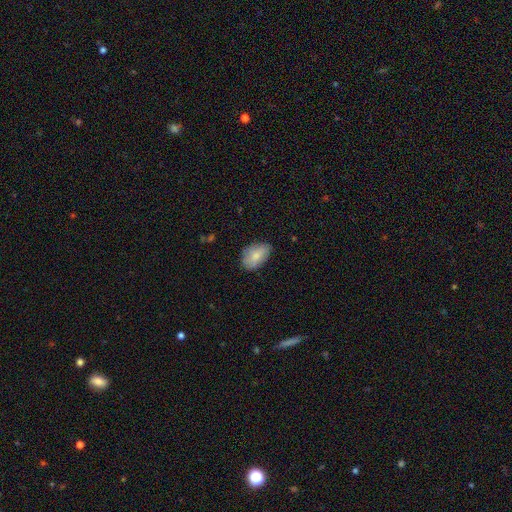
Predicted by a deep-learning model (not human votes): smooth 77%, featured or disk 16%, star or artifact 7%. Down the decision tree: how rounded — in between (90%); merging — none (74%).